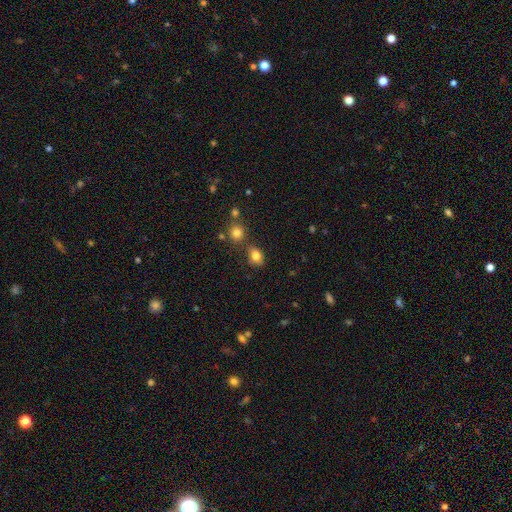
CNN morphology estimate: This appears to be a smooth galaxy with no disk features (81%) that is in between round and cigar-shaped (68%). Merging: none (66%).